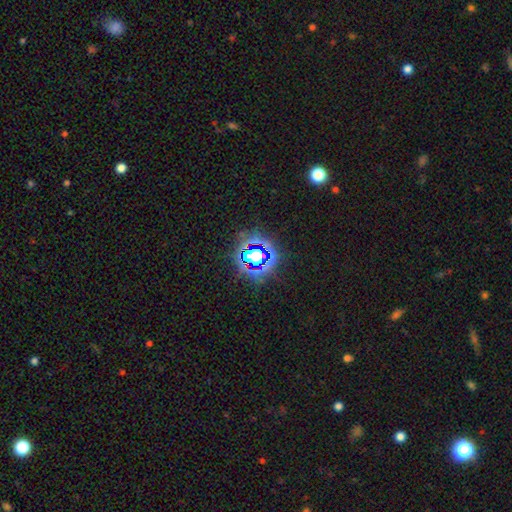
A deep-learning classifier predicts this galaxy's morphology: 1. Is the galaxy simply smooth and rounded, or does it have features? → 67% star or artifact, 21% smooth, 11% featured or disk.